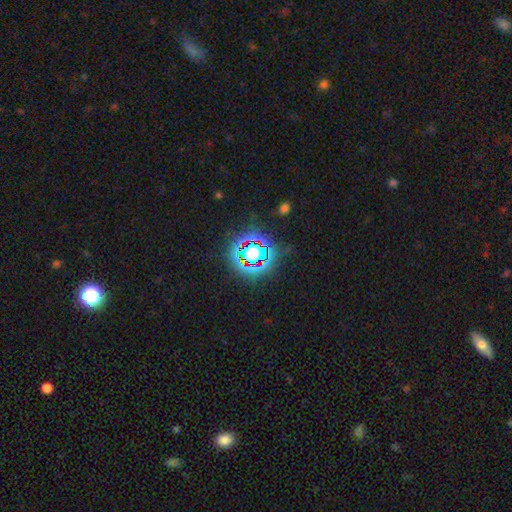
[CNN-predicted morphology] Overall: star or artifact (80%).